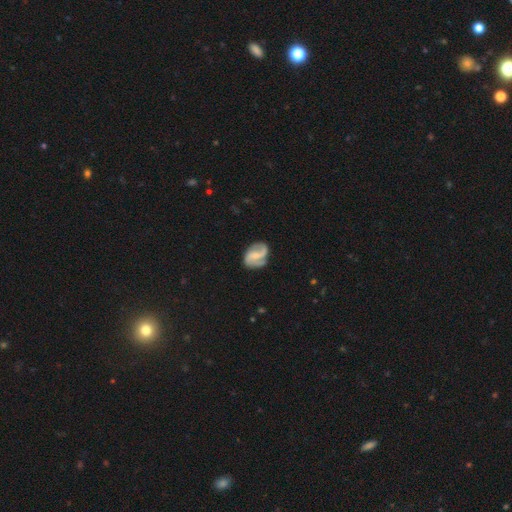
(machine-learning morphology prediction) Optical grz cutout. It shows a featured or disk galaxy (80%) with a weak bar (46%), 2 (77%) medium (46%) spiral arms (95%) and a small central bulge (49%). Merging: none (70%).